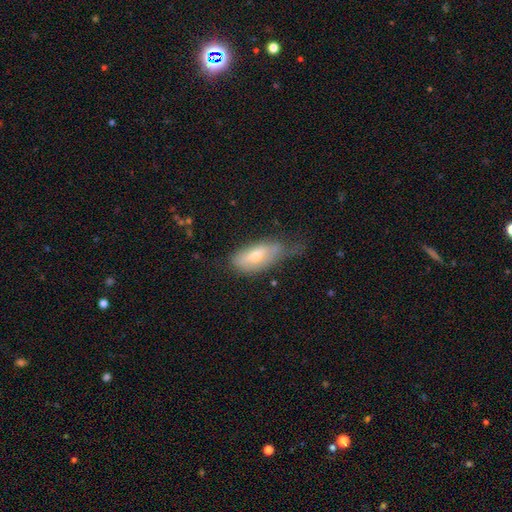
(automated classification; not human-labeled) smooth_or_featured: smooth (p=0.62) [alt: featured or disk p=0.30]
how_rounded: in between (p=0.82) [alt: cigar-shaped p=0.16]
merging: minor disturbance (p=0.40) [alt: none p=0.33]